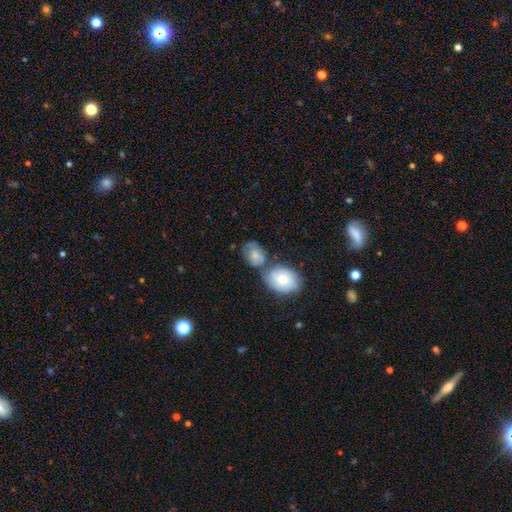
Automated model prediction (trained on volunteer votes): Smooth or featured? smooth (63%)
How rounded? in between (67%)
Merging? merger (45%)